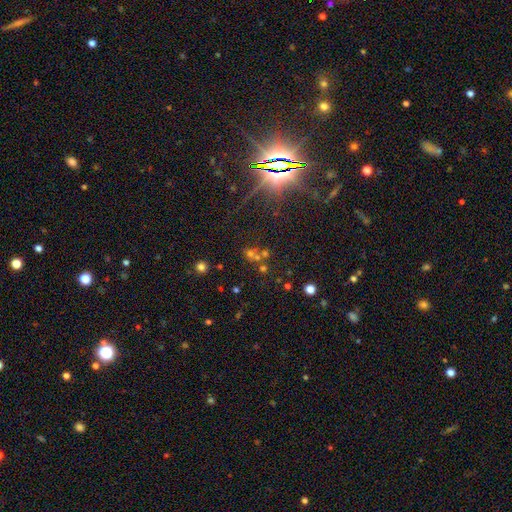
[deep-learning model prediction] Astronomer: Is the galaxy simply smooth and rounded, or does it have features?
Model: star or artifact — 73%.